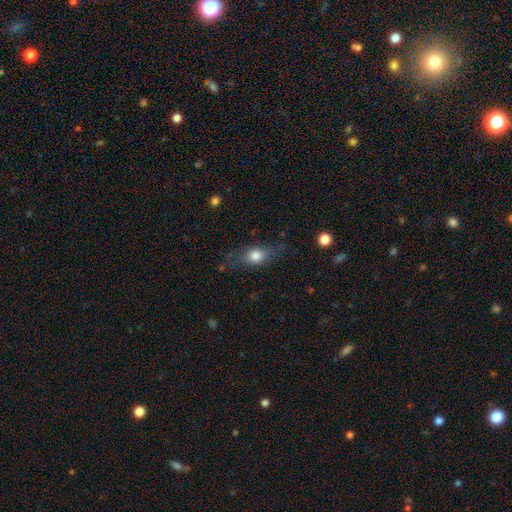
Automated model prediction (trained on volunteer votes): Overall: smooth (72%). How rounded: in between (65%). Merging: none (66%).